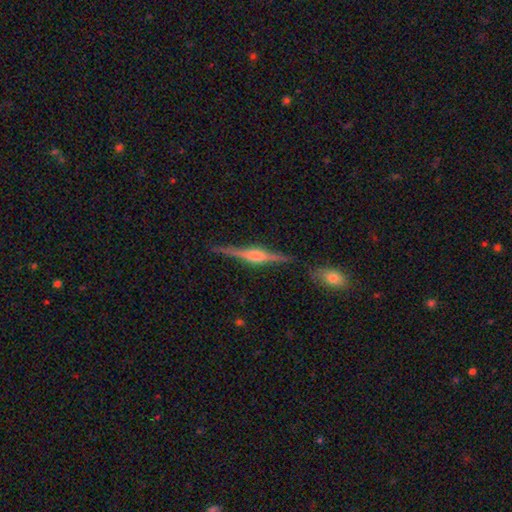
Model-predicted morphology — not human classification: smooth-or-featured: featured or disk: 83% | smooth: 11% | star or artifact: 6%
  disk-edge-on: yes: 98% | no: 2%
    edge-on-bulge: rounded: 83% | boxy: 14% | none: 4%
  merging: none: 86% | minor disturbance: 9% | merger: 3% | major disturbance: 2%